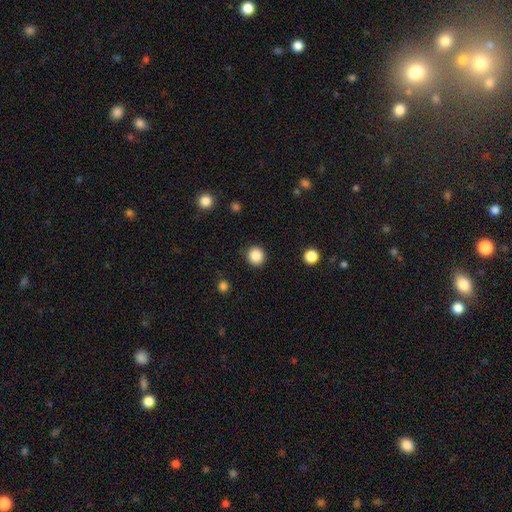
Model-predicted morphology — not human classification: This is clearly a smooth galaxy (86%). How rounded: clearly round (92%). Merging: clearly none (91%).